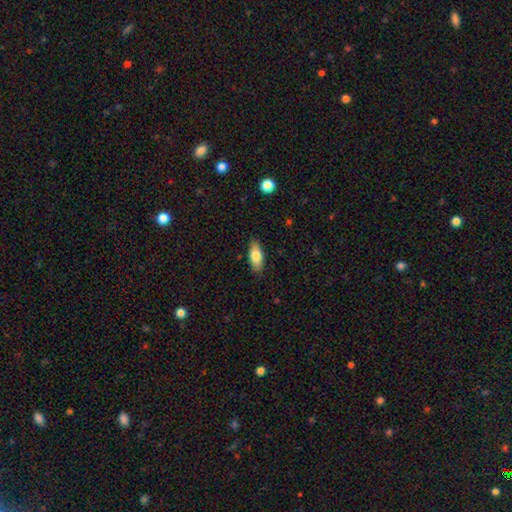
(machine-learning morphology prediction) Smooth or featured? smooth (78%)
How rounded? in between (83%)
Merging? none (86%)